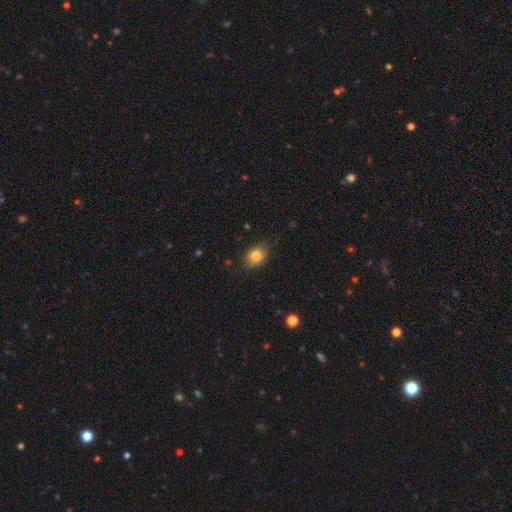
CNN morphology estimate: Overall: smooth (83%). How rounded: in between (69%). Merging: none (79%).